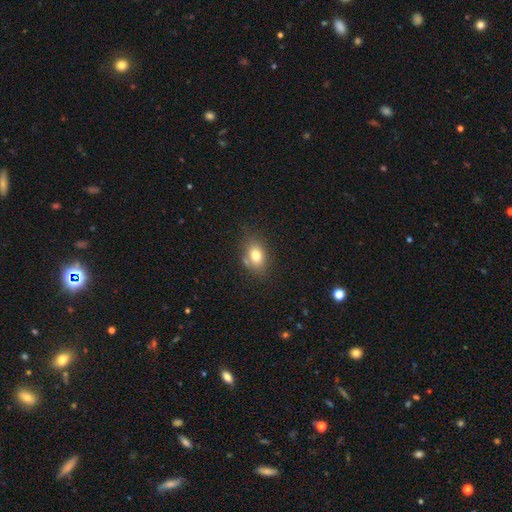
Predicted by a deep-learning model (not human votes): This appears to be a smooth galaxy with no disk features (77%) that is in between round and cigar-shaped (72%). Merging: none (70%).